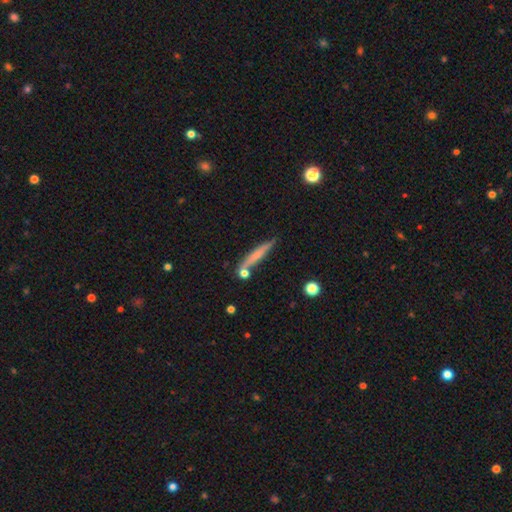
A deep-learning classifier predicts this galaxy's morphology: type=smooth (57%); roundness=cigar-shaped (93%); merging=none (75%).